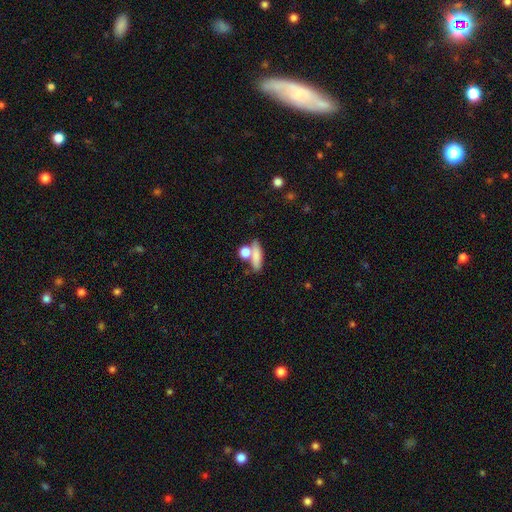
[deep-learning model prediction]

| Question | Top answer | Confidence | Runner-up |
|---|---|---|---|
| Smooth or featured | smooth | 77% | featured or disk (15%) |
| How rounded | in between | 46% | cigar-shaped (38%) |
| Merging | none | 45% | merger (34%) |